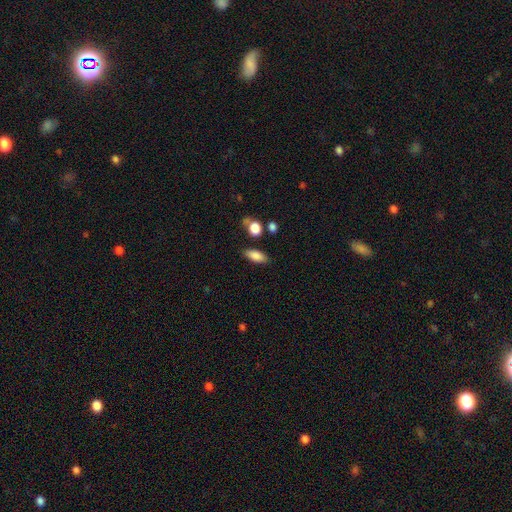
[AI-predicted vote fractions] This appears to be a smooth galaxy with no disk features (84%) that is in between round and cigar-shaped (80%). Merging: none (80%).